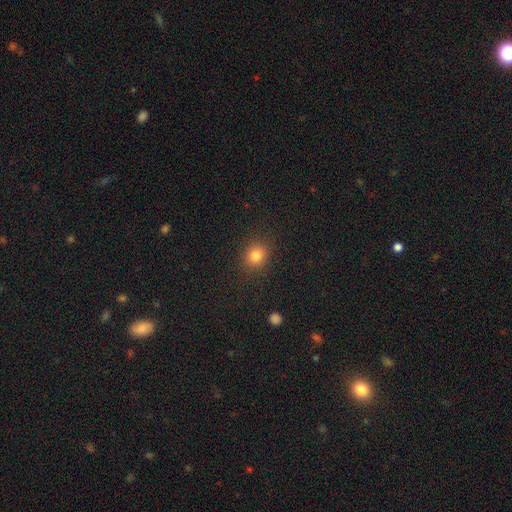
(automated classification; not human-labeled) Smooth or featured?
  - smooth: 81% *
  - star or artifact: 13%
  - featured or disk: 6%
How rounded?
  - round: 79% *
  - in between: 20%
  - cigar-shaped: 1%
Merging?
  - none: 89% *
  - minor disturbance: 7%
  - major disturbance: 3%
  - merger: 1%